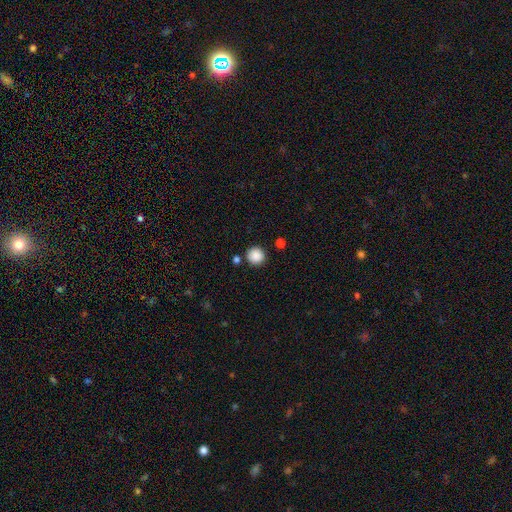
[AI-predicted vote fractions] smooth-or-featured: smooth: 88% | star or artifact: 9% | featured or disk: 3%
  how-rounded: round: 94% | in between: 5% | cigar-shaped: 1%
  merging: none: 86% | minor disturbance: 7% | merger: 5% | major disturbance: 2%